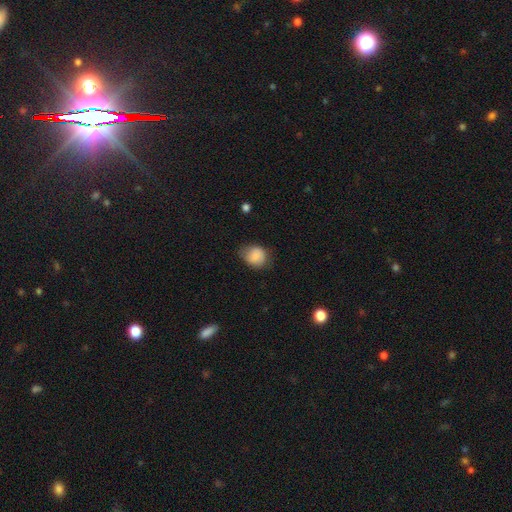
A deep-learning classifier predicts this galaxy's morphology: Smooth or featured? smooth (85%)
How rounded? round (63%)
Merging? none (68%)